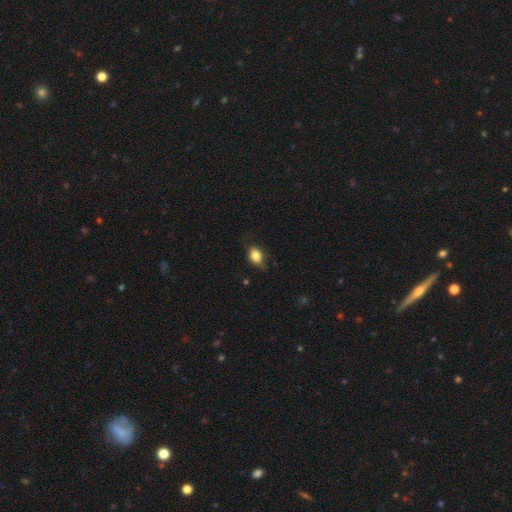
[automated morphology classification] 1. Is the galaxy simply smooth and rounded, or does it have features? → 82% smooth, 9% featured or disk, 8% star or artifact.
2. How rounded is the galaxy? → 71% in between, 27% round, 2% cigar-shaped.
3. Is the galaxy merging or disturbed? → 70% none, 24% minor disturbance, 6% major disturbance, 1% merger.